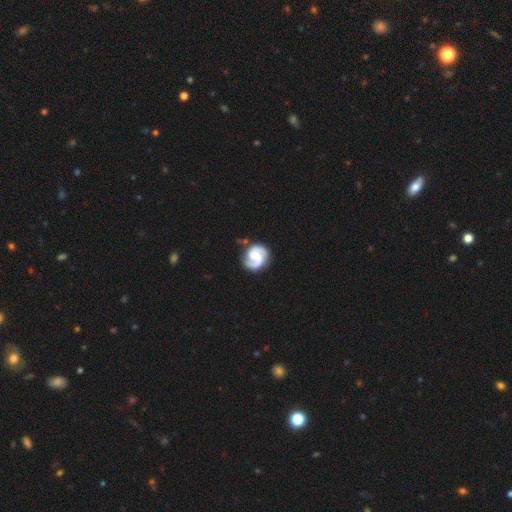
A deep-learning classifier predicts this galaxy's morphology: A featured or disk galaxy (89%) with a weak bar (45%), 2 (91%) medium (50%) spiral arms (98%) and a moderate central bulge (52%).

Vote fractions:
- Smooth or featured? featured or disk: 89% / smooth: 7% / star or artifact: 4%
- Edge-on disk? no: 98% / yes: 2%
- Bar? weak: 45% / no: 41% / strong: 14%
- Spiral arms? yes: 98% / no: 2%
- Spiral winding? medium: 50% / tight: 37% / loose: 13%
- Spiral arm count? 2: 91% / 1: 3% / can't tell: 2% / 3: 1% / 4: 1% / more than 4: 1%
- Bulge size? moderate: 52% / small: 28% / large: 10% / none: 8% / dominant: 2%
- Merging? none: 81% / minor disturbance: 13% / major disturbance: 4% / merger: 2%